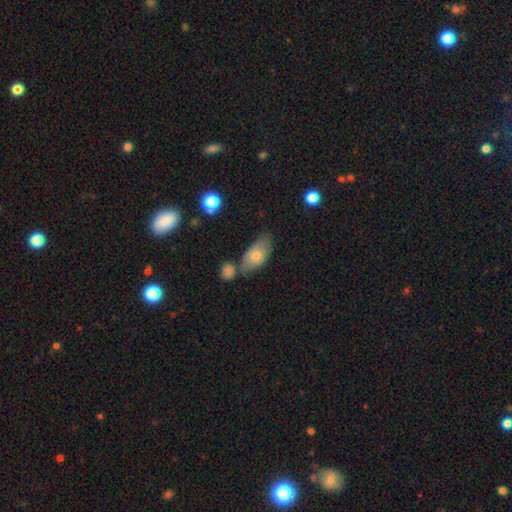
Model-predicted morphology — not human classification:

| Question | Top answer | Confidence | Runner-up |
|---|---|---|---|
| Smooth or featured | smooth | 69% | featured or disk (23%) |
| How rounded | in between | 89% | round (6%) |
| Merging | none | 53% | minor disturbance (22%) |